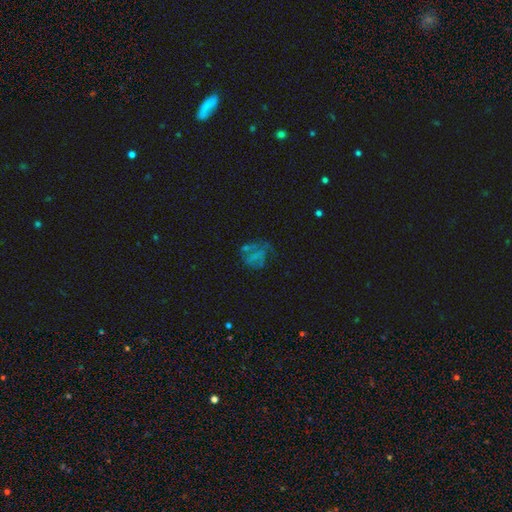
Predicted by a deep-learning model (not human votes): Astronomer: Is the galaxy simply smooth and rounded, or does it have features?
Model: featured or disk — 39% (runner-up: smooth, 38%).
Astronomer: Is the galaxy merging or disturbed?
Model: none — 37% (runner-up: major disturbance, 34%).